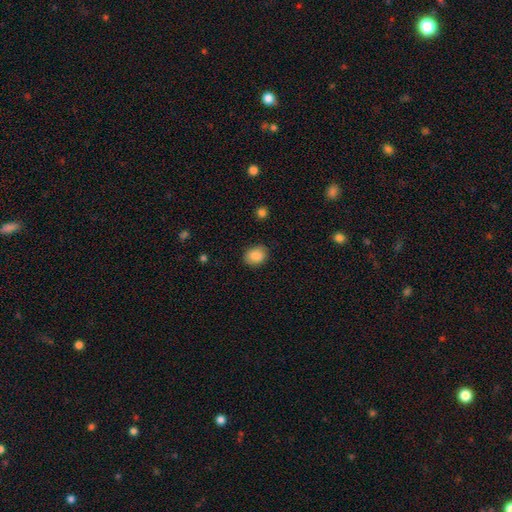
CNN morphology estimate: smooth_or_featured: smooth (p=0.88) [alt: star or artifact p=0.08]
how_rounded: round (p=0.53) [alt: in between p=0.46]
merging: none (p=0.84) [alt: minor disturbance p=0.12]